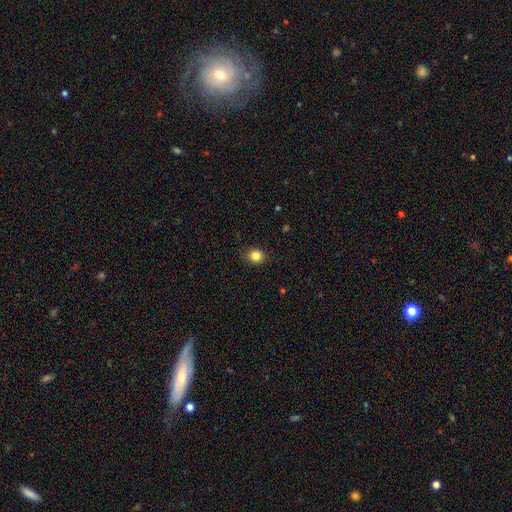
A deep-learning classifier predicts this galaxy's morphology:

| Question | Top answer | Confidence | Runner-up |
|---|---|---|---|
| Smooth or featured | smooth | 84% | star or artifact (11%) |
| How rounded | round | 77% | in between (22%) |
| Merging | none | 89% | minor disturbance (8%) |